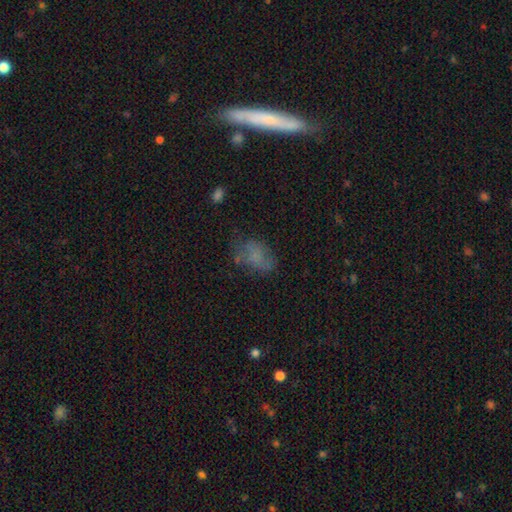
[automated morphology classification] type=smooth (64%); roundness=in between (84%); merging=none (52%).